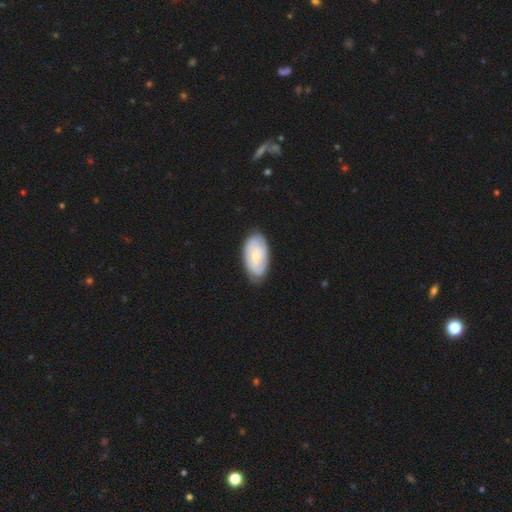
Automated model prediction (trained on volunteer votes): The model was most divided on "smooth or featured": featured or disk: 49%, smooth: 46%, star or artifact: 5%. More confident: merging — none (76%).